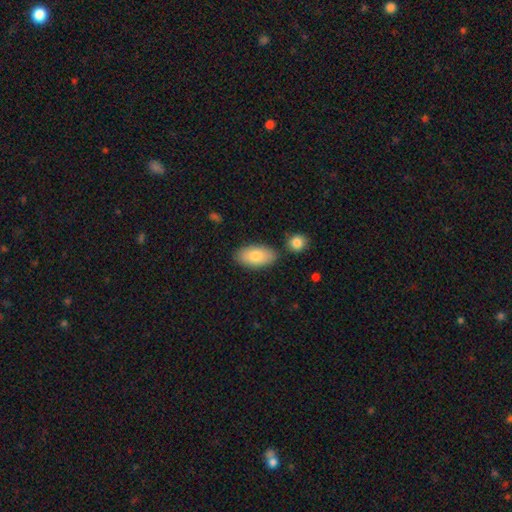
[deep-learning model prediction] This is clearly a smooth galaxy (80%). How rounded: clearly in between (94%). Merging: likely none (79%).